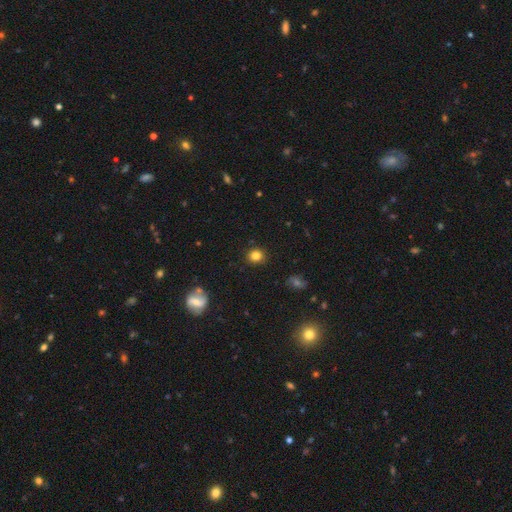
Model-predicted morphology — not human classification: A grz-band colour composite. It shows a smooth galaxy with no disk features (81%) that is round (87%). Merging: none (88%).